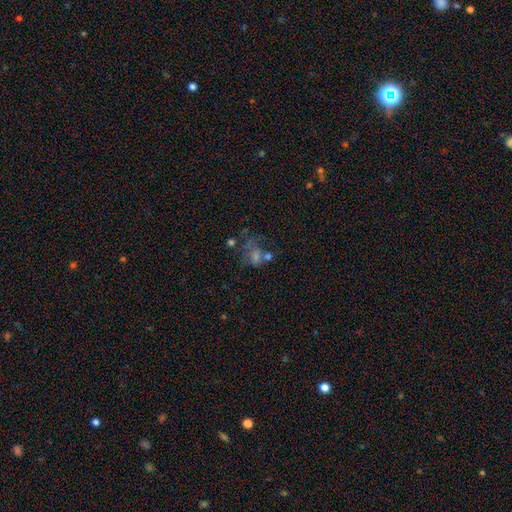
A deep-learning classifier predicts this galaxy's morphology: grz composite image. It shows a featured or disk galaxy (37%). Merging: major disturbance (30%, tied with none).